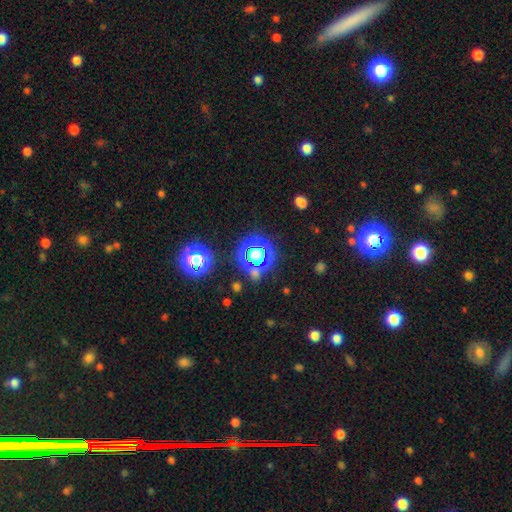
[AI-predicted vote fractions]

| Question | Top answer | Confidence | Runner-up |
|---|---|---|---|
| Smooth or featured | star or artifact | 66% | smooth (24%) |